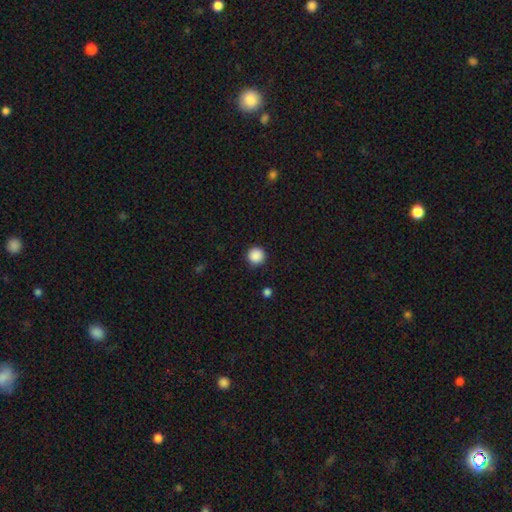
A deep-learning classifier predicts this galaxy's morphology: Overall: smooth (88%). How rounded: round (95%). Merging: none (91%).